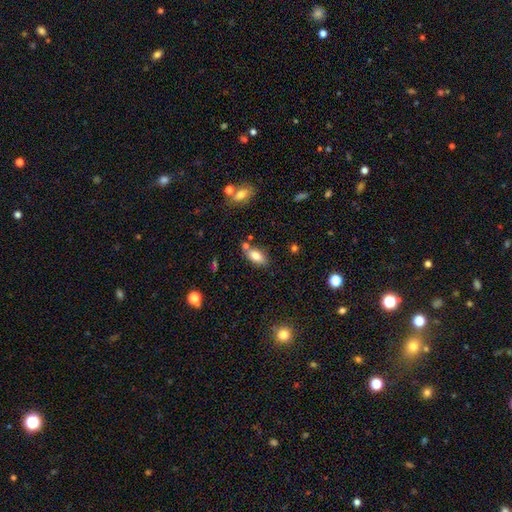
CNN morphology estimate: smooth_or_featured: smooth (p=0.78) [alt: featured or disk p=0.14]
how_rounded: in between (p=0.87) [alt: cigar-shaped p=0.09]
merging: none (p=0.71) [alt: minor disturbance p=0.14]